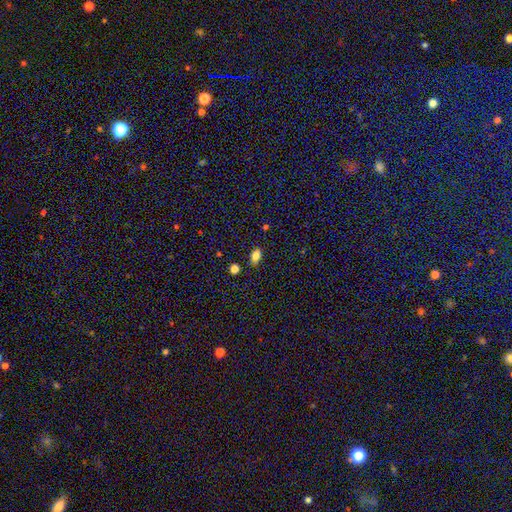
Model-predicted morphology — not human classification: Smooth or featured? Predicted: smooth (p=0.81). How rounded? Predicted: in between (p=0.80). Merging? Predicted: none (p=0.84).